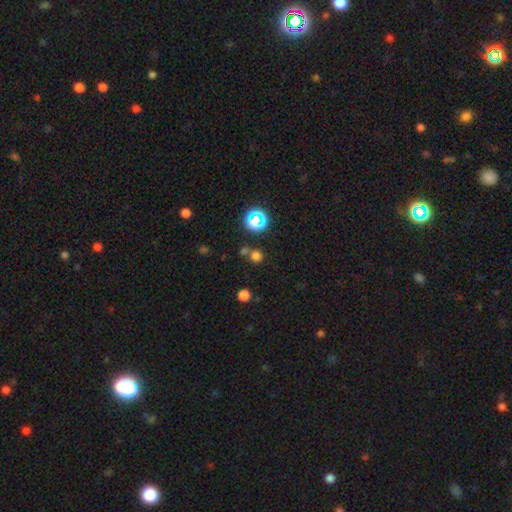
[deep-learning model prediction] Smooth or featured: smooth — 68% (star or artifact — 26%)
How rounded: round — 90% (in between — 9%)
Merging: none — 68% (merger — 20%)